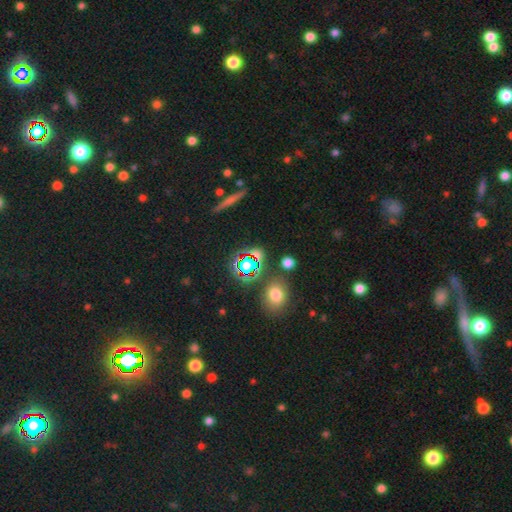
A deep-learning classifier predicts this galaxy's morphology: star or artifact 47%, smooth 41%, featured or disk 12%.